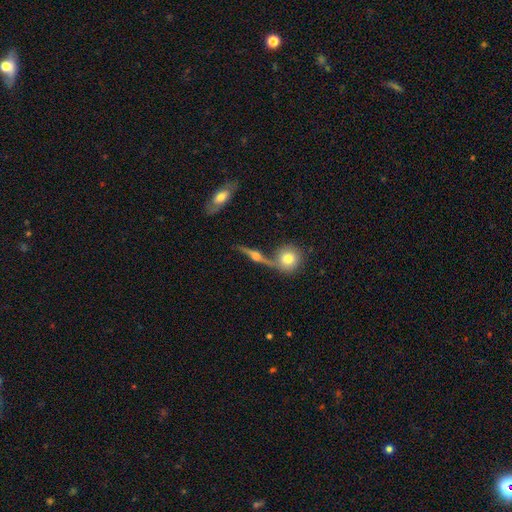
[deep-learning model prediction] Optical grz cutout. It shows a featured or disk galaxy (71%) viewed edge-on (80%) with a rounded central bulge (91%). Merging: none (55%).